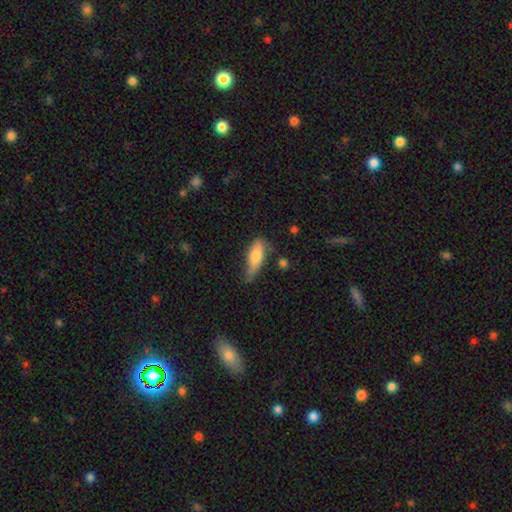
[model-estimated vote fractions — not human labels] smooth-or-featured: smooth: 73% | featured or disk: 21% | star or artifact: 6%
  how-rounded: in between: 51% | cigar-shaped: 46% | round: 2%
  merging: none: 49% | minor disturbance: 36% | major disturbance: 10% | merger: 4%